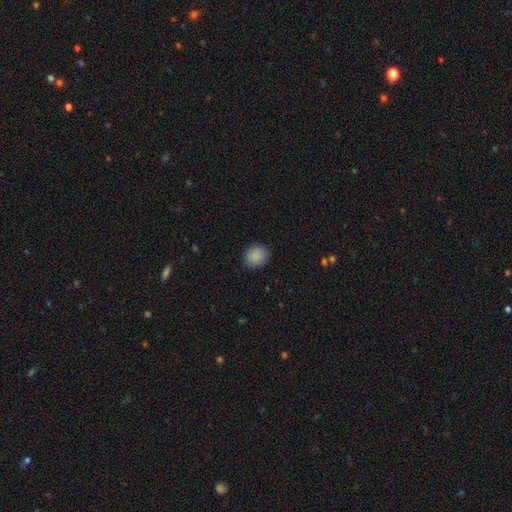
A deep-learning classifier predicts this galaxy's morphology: Overall: smooth (88%). How rounded: round (74%). Merging: none (89%).